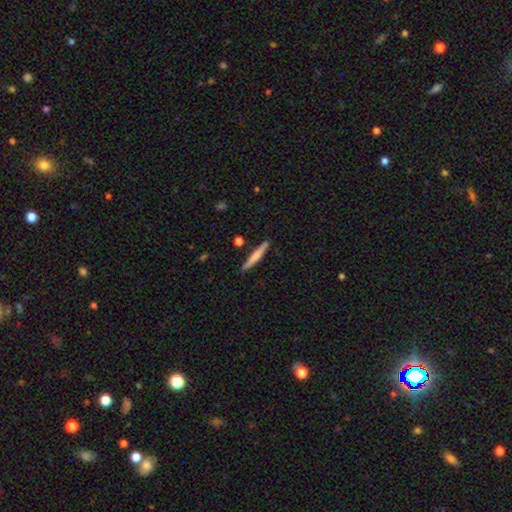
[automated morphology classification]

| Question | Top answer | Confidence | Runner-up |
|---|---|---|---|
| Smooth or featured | smooth | 58% | featured or disk (36%) |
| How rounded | cigar-shaped | 95% | in between (4%) |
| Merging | none | 89% | minor disturbance (7%) |